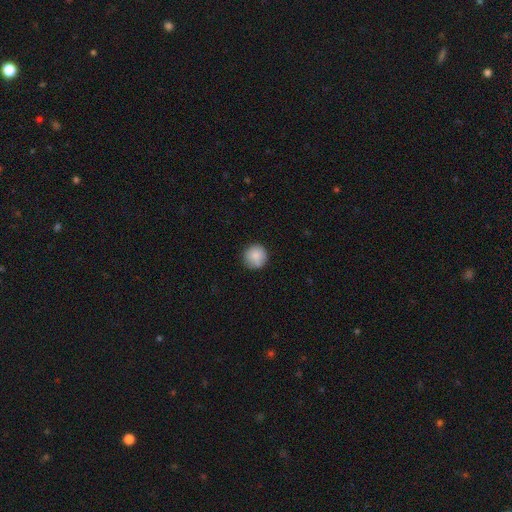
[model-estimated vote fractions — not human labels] Smooth or featured: smooth — 86% (star or artifact — 8%)
How rounded: round — 95% (in between — 4%)
Merging: none — 86% (minor disturbance — 11%)